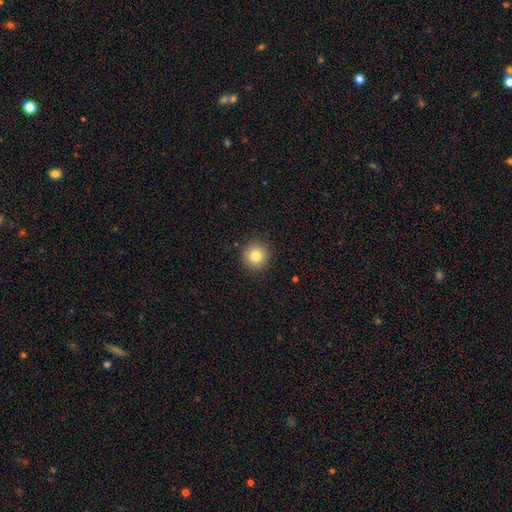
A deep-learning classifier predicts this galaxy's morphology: smooth_or_featured: smooth (p=0.81) [alt: star or artifact p=0.11]
how_rounded: round (p=0.95) [alt: in between p=0.04]
merging: none (p=0.91) [alt: minor disturbance p=0.06]